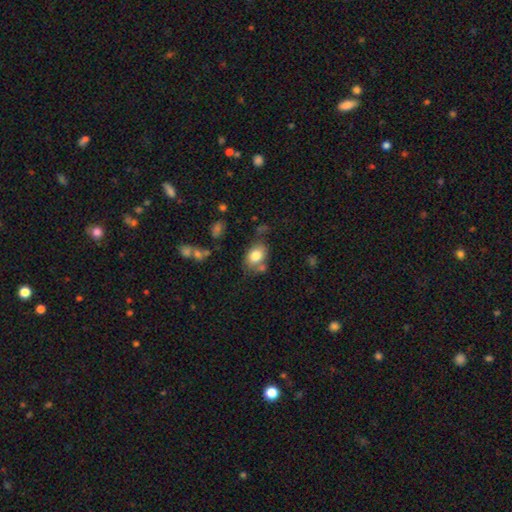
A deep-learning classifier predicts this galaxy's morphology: Smooth or featured? Predicted: smooth (p=0.79). How rounded? Predicted: in between (p=0.73). Merging? Predicted: none (p=0.63).